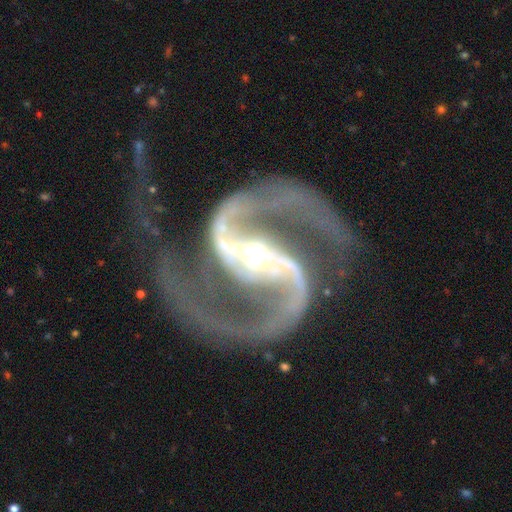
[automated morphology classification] smooth_or_featured: featured or disk (p=0.95) [alt: star or artifact p=0.04]
disk_edge_on: no (p=0.98) [alt: yes p=0.02]
bar: strong (p=0.56) [alt: weak p=0.30]
has_spiral_arms: yes (p=0.99) [alt: no p=0.01]
spiral_winding: medium (p=0.62) [alt: loose p=0.26]
spiral_arm_count: 2 (p=0.94) [alt: 3 p=0.02]
bulge_size: moderate (p=0.54) [alt: small p=0.38]
merging: none (p=0.67) [alt: major disturbance p=0.15]